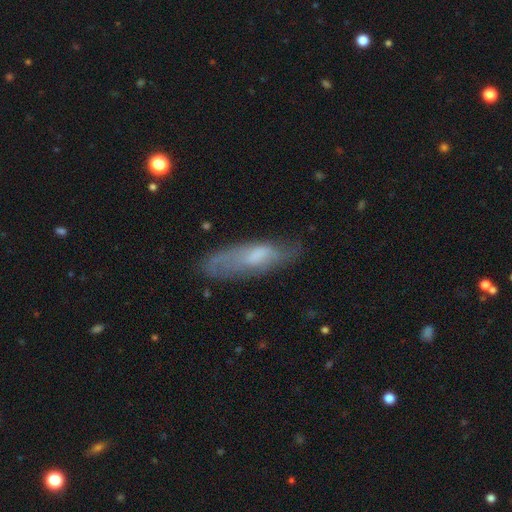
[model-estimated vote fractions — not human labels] Overall: smooth (51%; featured or disk 42%). How rounded: cigar-shaped (51%; in between 47%). Merging: none (65%).